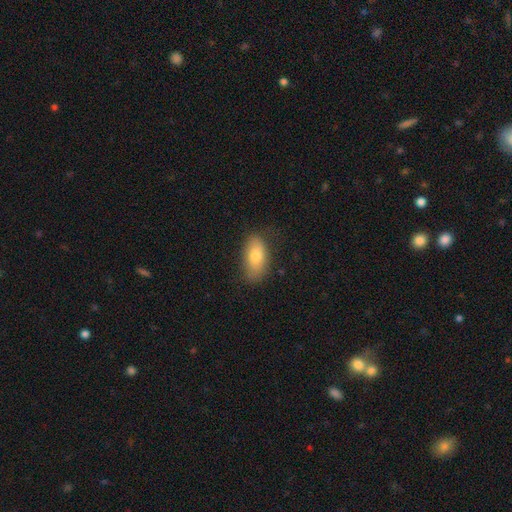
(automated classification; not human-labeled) smooth_or_featured: smooth (p=0.78) [alt: featured or disk p=0.14]
how_rounded: in between (p=0.90) [alt: cigar-shaped p=0.06]
merging: none (p=0.76) [alt: minor disturbance p=0.18]